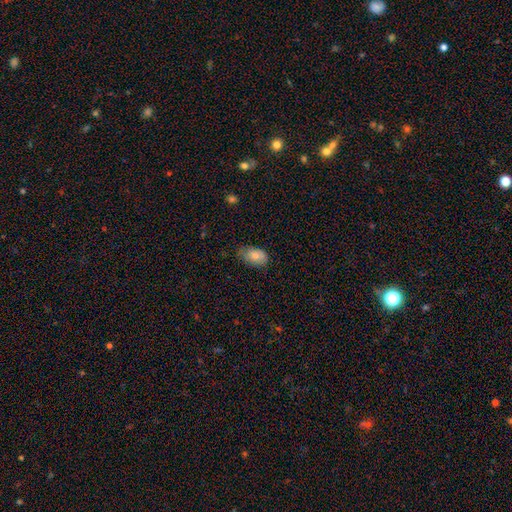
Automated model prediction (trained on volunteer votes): This appears to be a smooth galaxy with no disk features (82%) that is in between round and cigar-shaped (91%). Merging: none (56%).